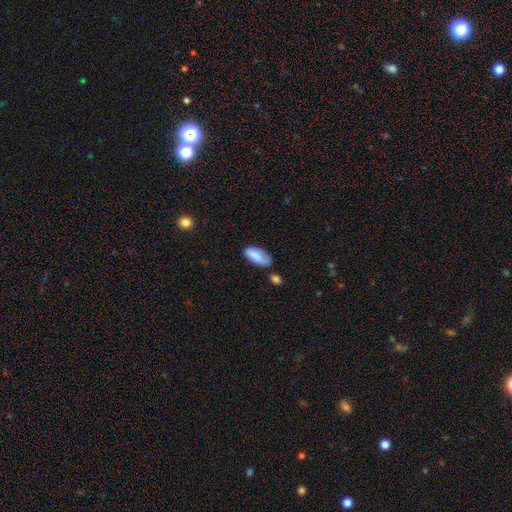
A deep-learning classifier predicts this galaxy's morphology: A smooth galaxy with no disk features (82%) that is in between round and cigar-shaped (88%).

Vote fractions:
- Smooth or featured? smooth: 82% / featured or disk: 11% / star or artifact: 7%
- How rounded? in between: 88% / cigar-shaped: 10% / round: 2%
- Merging? none: 57% / minor disturbance: 28% / merger: 8% / major disturbance: 7%